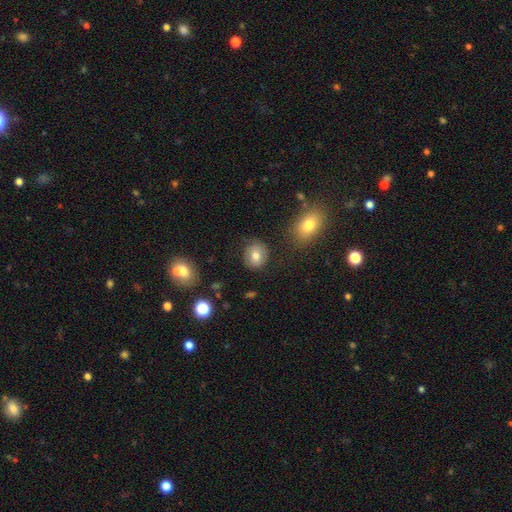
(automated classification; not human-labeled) smooth-or-featured: smooth: 73% | featured or disk: 17% | star or artifact: 10%
  how-rounded: round: 72% | in between: 27% | cigar-shaped: 1%
  merging: none: 78% | minor disturbance: 15% | major disturbance: 5% | merger: 2%